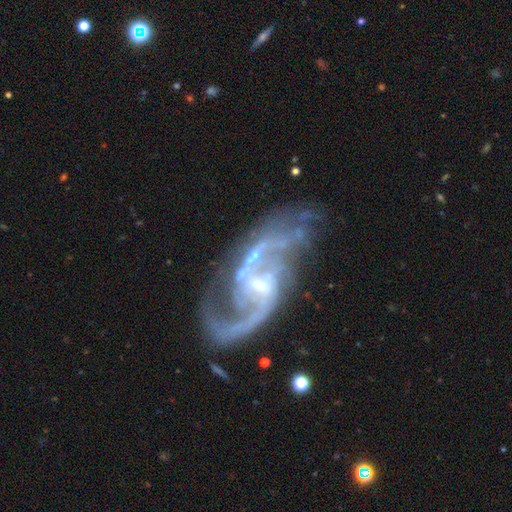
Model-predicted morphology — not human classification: A featured or disk galaxy (84%) with a weak bar (44%), 2 (68%) loose (49%) spiral arms (84%) and a small central bulge (50%). Merging: none (41%).